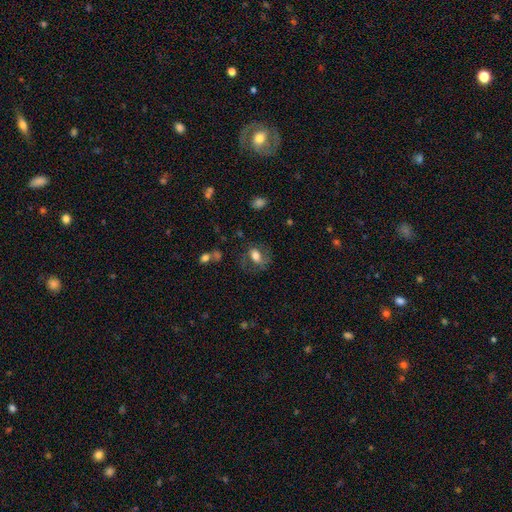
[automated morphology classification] Smooth or featured?
  - smooth: 59% *
  - featured or disk: 32%
  - star or artifact: 9%
How rounded?
  - in between: 75% *
  - round: 23%
  - cigar-shaped: 2%
Merging?
  - none: 61% *
  - minor disturbance: 20%
  - major disturbance: 16%
  - merger: 3%